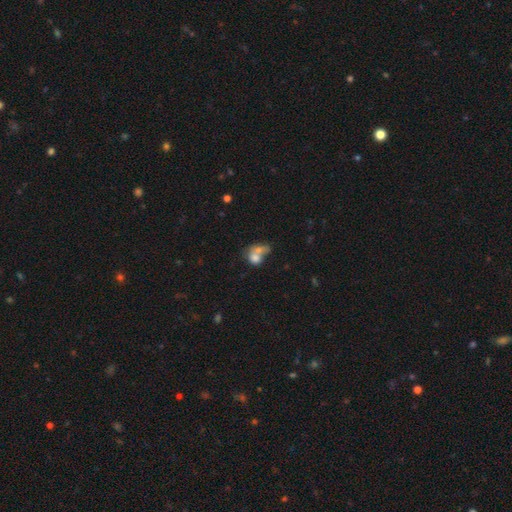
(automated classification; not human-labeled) Q: Smooth or featured?
A: smooth (70%); runner-up: featured or disk (20%)
Q: How rounded?
A: in between (49%); tied with: round (49%)
Q: Merging?
A: merger (64%); runner-up: none (18%)